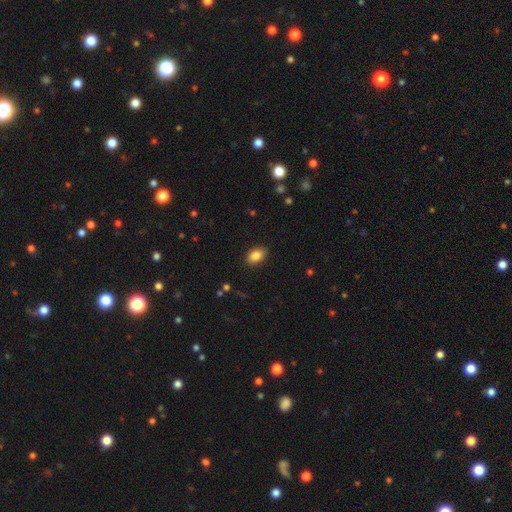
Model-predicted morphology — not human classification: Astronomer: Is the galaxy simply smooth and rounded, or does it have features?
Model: smooth — 86%.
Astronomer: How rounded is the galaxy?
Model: in between — 88%.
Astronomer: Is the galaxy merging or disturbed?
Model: none — 88%.